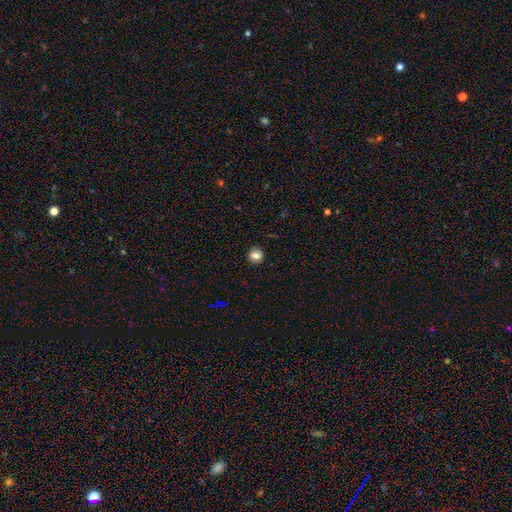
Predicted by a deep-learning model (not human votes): smooth_or_featured: smooth (p=0.80) [alt: star or artifact p=0.12]
how_rounded: round (p=0.85) [alt: in between p=0.14]
merging: none (p=0.87) [alt: minor disturbance p=0.09]